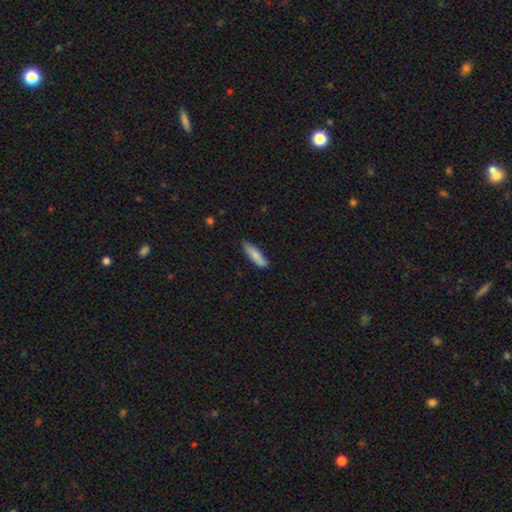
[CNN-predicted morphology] Overall: smooth (81%). How rounded: cigar-shaped (68%; in between 30%). Merging: none (82%).